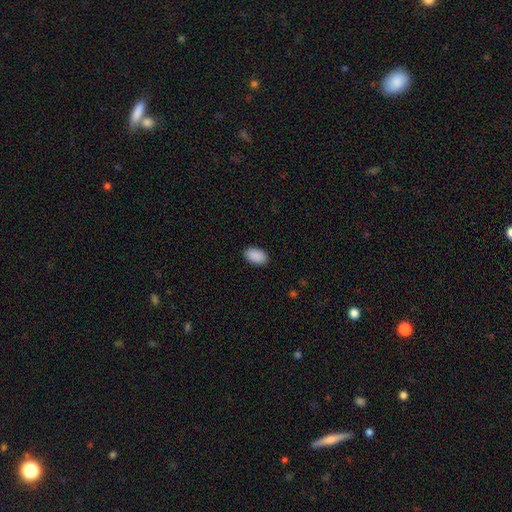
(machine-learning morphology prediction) smooth_or_featured: smooth (p=0.91) [alt: star or artifact p=0.07]
how_rounded: in between (p=0.94) [alt: round p=0.05]
merging: none (p=0.89) [alt: minor disturbance p=0.08]